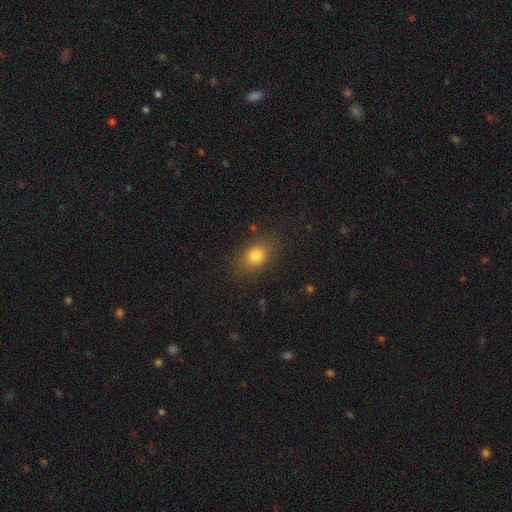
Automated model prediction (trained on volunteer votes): Smooth or featured?
  - smooth: 80% *
  - star or artifact: 11%
  - featured or disk: 9%
How rounded?
  - in between: 67% *
  - round: 31%
  - cigar-shaped: 2%
Merging?
  - none: 82% *
  - minor disturbance: 13%
  - major disturbance: 4%
  - merger: 1%